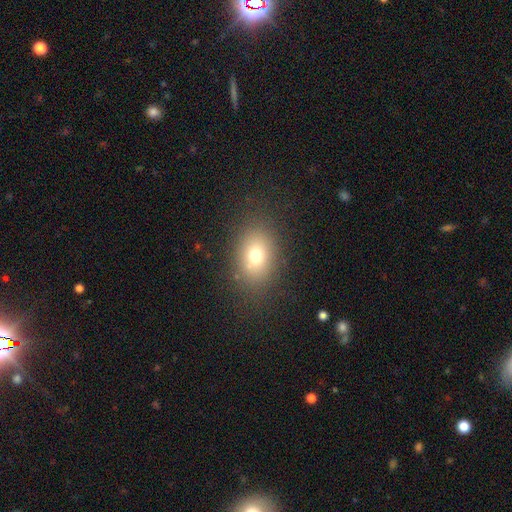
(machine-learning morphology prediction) The model was most divided on "how rounded": in between: 68%, round: 31%, cigar-shaped: 1%. More confident: merging — none (82%); smooth or featured — smooth (72%).